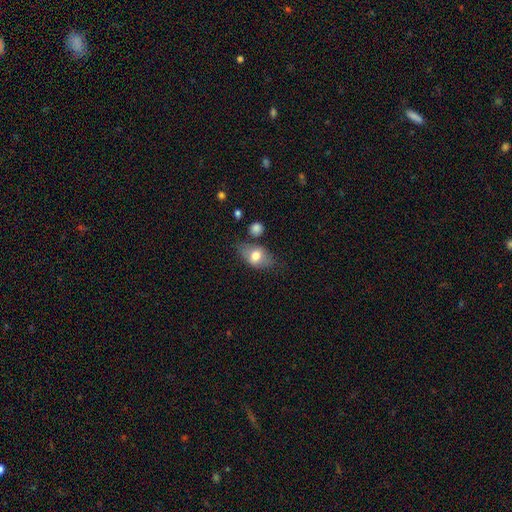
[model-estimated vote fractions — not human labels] smooth-or-featured: smooth: 64% | featured or disk: 28% | star or artifact: 8%
  how-rounded: in between: 82% | round: 14% | cigar-shaped: 4%
  merging: none: 63% | minor disturbance: 21% | major disturbance: 8% | merger: 8%